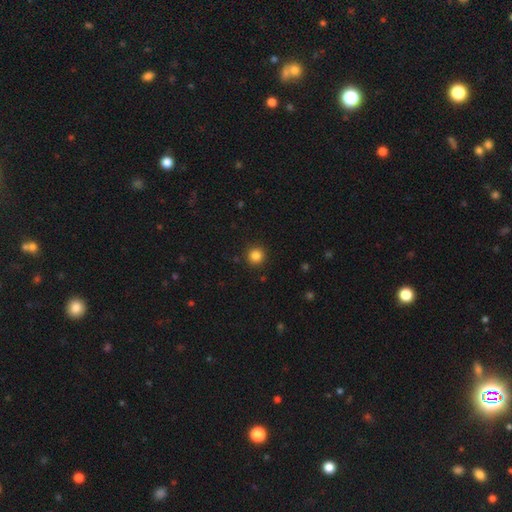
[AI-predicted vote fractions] smooth_or_featured: smooth (p=0.85) [alt: star or artifact p=0.11]
how_rounded: round (p=0.95) [alt: in between p=0.04]
merging: none (p=0.92) [alt: minor disturbance p=0.05]